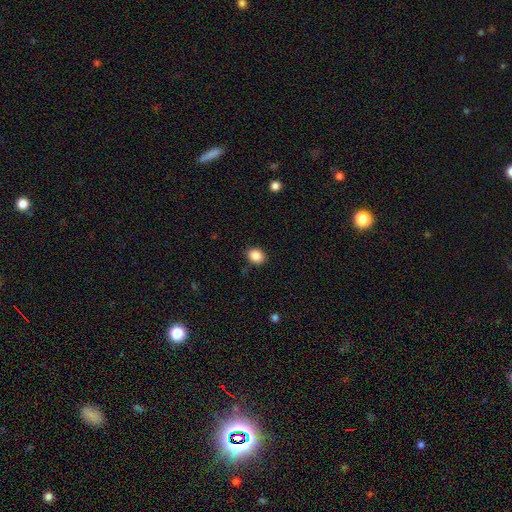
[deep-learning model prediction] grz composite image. It shows a smooth galaxy with no disk features (87%) that is in between round and cigar-shaped (53%). Merging: none (86%).